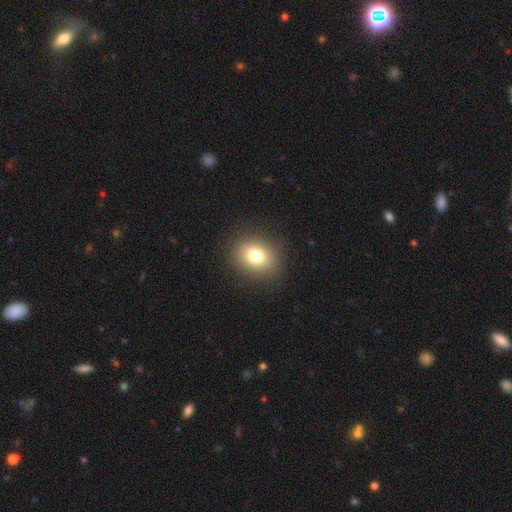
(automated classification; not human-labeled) Smooth or featured? Predicted: smooth (p=0.79). How rounded? Predicted: round (p=0.54). Merging? Predicted: none (p=0.88).